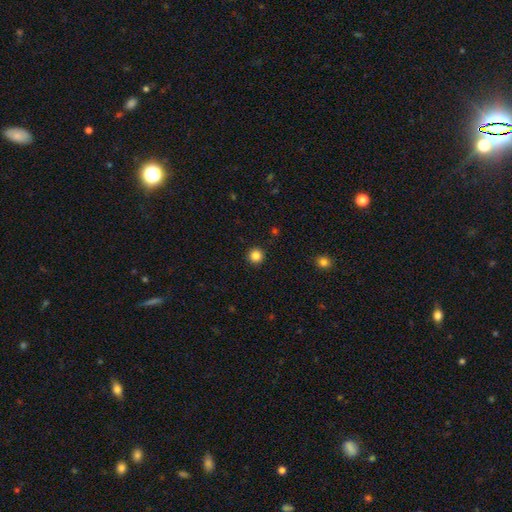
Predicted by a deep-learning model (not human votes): A smooth galaxy with no disk features (85%) that is round (95%). Merging: none (93%).